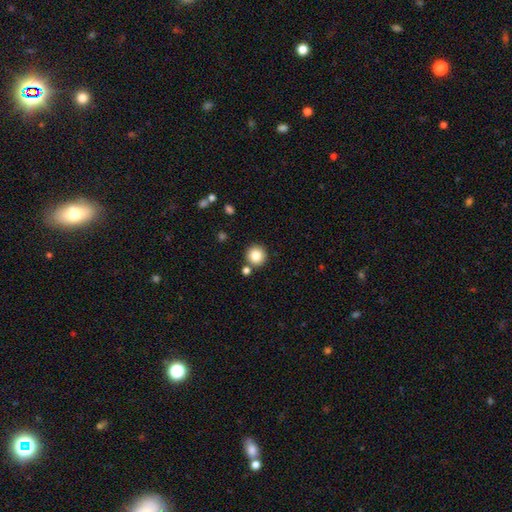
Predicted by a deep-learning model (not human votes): smooth_or_featured: smooth (p=0.83) [alt: star or artifact p=0.10]
how_rounded: round (p=0.94) [alt: in between p=0.05]
merging: none (p=0.83) [alt: merger p=0.08]